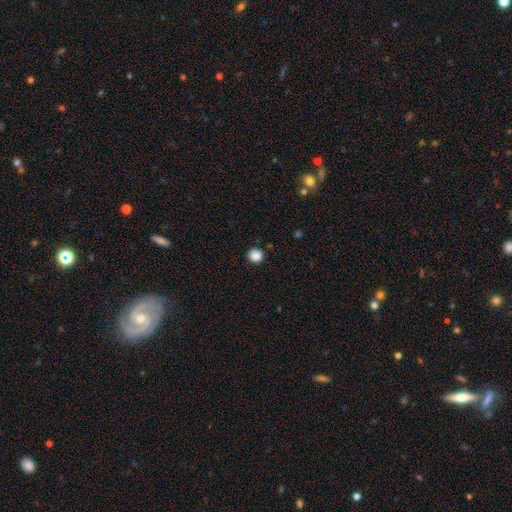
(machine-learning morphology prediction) Smooth or featured? smooth (87%)
How rounded? round (93%)
Merging? none (91%)